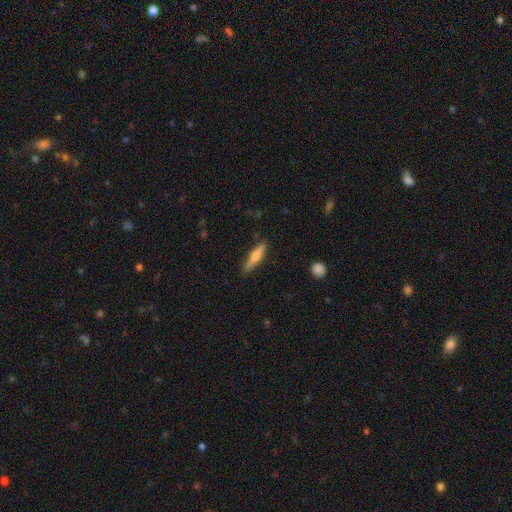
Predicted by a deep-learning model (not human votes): This is likely a smooth galaxy (62%). How rounded: likely cigar-shaped (80%). Merging: clearly none (84%).